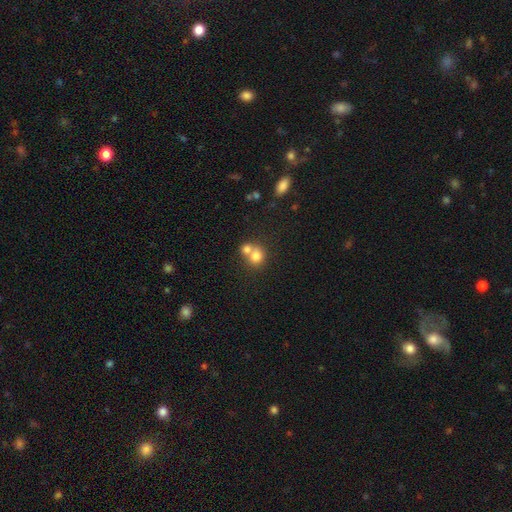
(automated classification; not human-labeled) The model was most divided on "merging": merger: 57%, none: 34%, minor disturbance: 6%, major disturbance: 3%. More confident: smooth or featured — smooth (75%); how rounded — round (73%).